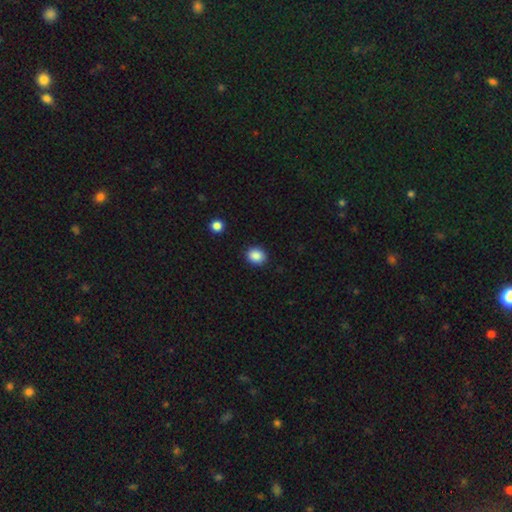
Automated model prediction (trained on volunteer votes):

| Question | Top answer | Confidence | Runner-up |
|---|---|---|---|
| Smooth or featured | smooth | 88% | star or artifact (9%) |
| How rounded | round | 64% | in between (35%) |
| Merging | none | 90% | minor disturbance (7%) |